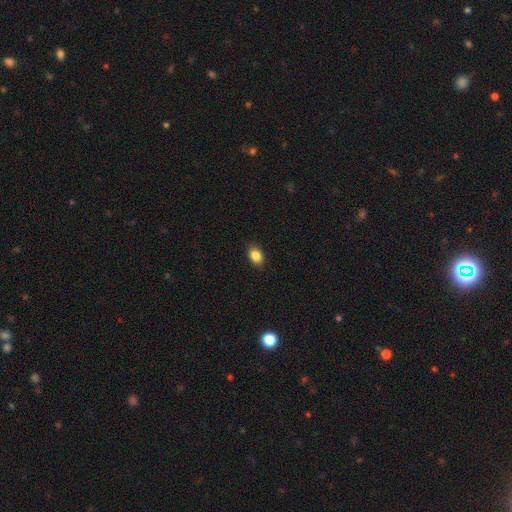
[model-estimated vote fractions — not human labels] This is clearly a smooth galaxy (86%). How rounded: likely in between (79%). Merging: clearly none (89%).